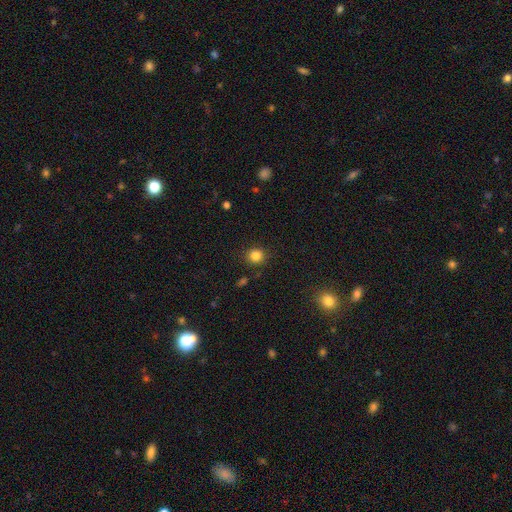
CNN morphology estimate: A smooth galaxy with no disk features (83%) that is round (87%).

Vote fractions:
- Smooth or featured? smooth: 83% / star or artifact: 12% / featured or disk: 4%
- How rounded? round: 87% / in between: 12% / cigar-shaped: 1%
- Merging? none: 89% / minor disturbance: 7% / major disturbance: 2% / merger: 2%